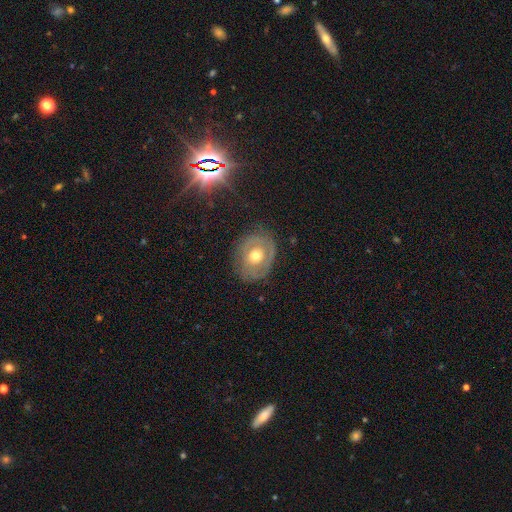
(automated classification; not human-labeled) Smooth or featured? featured or disk (65%)
Edge-on disk? no (95%)
Bar? no (82%)
Spiral arms? yes (60%)
Bulge size? moderate (74%)
Merging? none (74%)